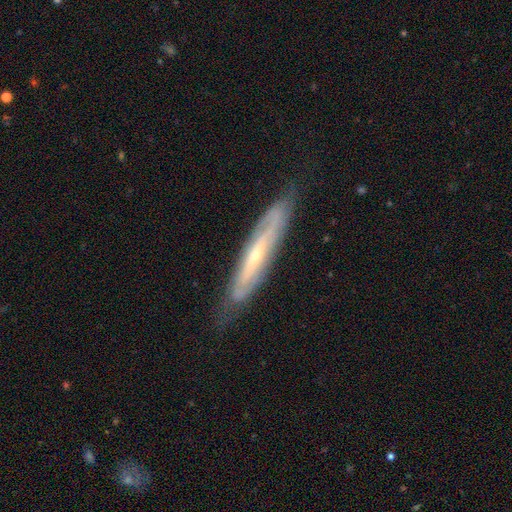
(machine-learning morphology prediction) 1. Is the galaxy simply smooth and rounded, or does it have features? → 75% featured or disk, 19% smooth, 6% star or artifact.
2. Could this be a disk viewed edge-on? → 57% yes, 43% no.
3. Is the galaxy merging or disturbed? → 76% none, 18% minor disturbance, 4% major disturbance, 1% merger.